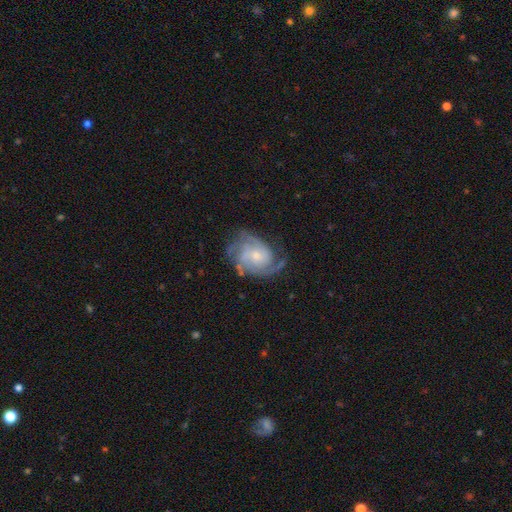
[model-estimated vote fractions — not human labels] Q: Smooth or featured?
A: featured or disk (85%); runner-up: smooth (9%)
Q: Edge-on disk?
A: no (98%); runner-up: yes (2%)
Q: Bar?
A: no (70%); runner-up: weak (26%)
Q: Spiral arms?
A: yes (96%); runner-up: no (4%)
Q: Spiral winding?
A: tight (46%); runner-up: medium (41%)
Q: Spiral arm count?
A: 3 (28%); runner-up: 2 (27%)
Q: Bulge size?
A: small (56%); runner-up: moderate (35%)
Q: Merging?
A: none (63%); runner-up: minor disturbance (21%)